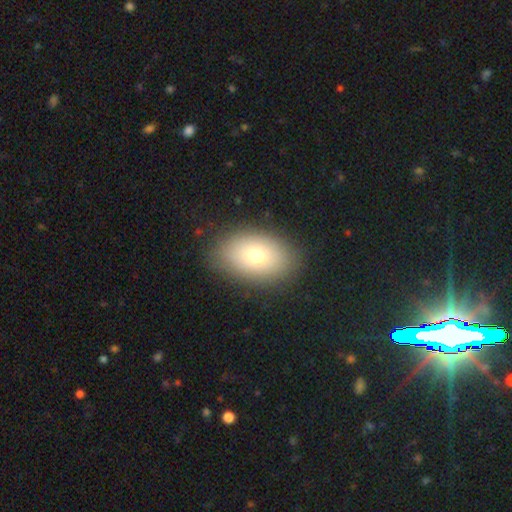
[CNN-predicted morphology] Smooth or featured?
  - smooth: 72% *
  - featured or disk: 17%
  - star or artifact: 11%
How rounded?
  - in between: 84% *
  - round: 15%
  - cigar-shaped: 1%
Merging?
  - none: 85% *
  - minor disturbance: 10%
  - major disturbance: 4%
  - merger: 1%